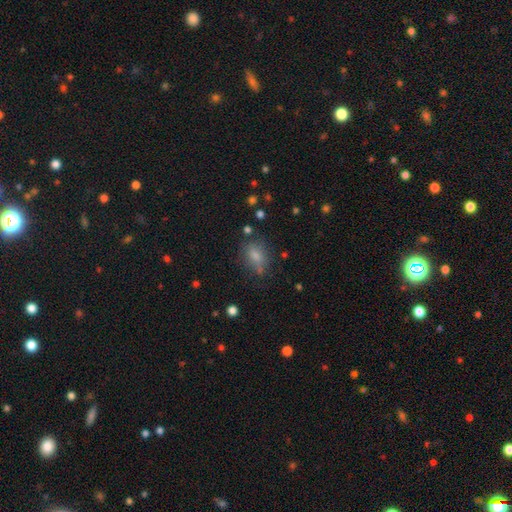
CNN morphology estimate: smooth_or_featured: smooth (p=0.75) [alt: featured or disk p=0.13]
how_rounded: in between (p=0.73) [alt: round p=0.23]
merging: none (p=0.63) [alt: minor disturbance p=0.22]